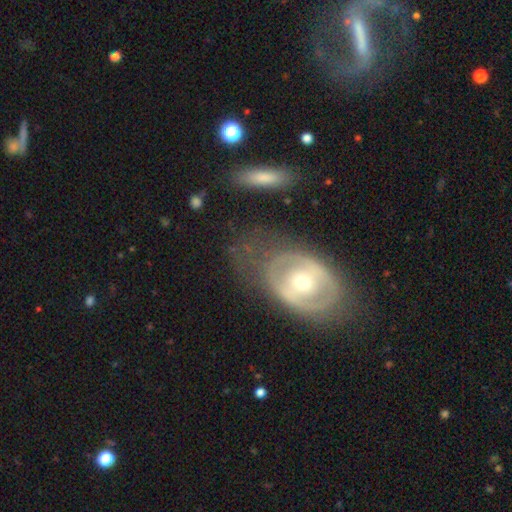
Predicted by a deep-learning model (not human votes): The model was most divided on "spiral arms": yes: 54%, no: 46%. More confident: edge-on disk — no (93%); smooth or featured — featured or disk (74%); merging — none (62%); bulge size — moderate (62%); bar — no (56%).